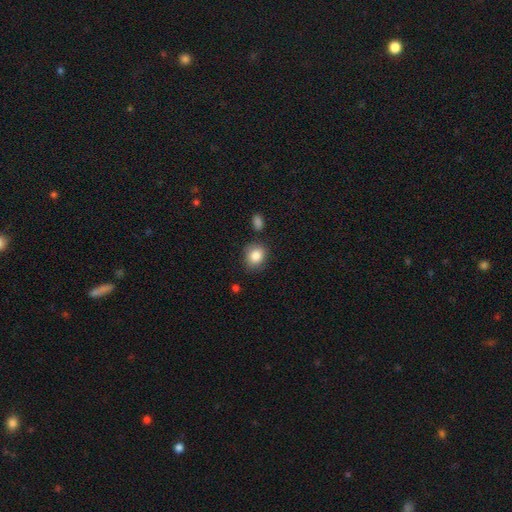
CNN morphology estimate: Q: Smooth or featured?
A: smooth (85%); runner-up: star or artifact (8%)
Q: How rounded?
A: round (57%); runner-up: in between (42%)
Q: Merging?
A: none (76%); runner-up: minor disturbance (16%)